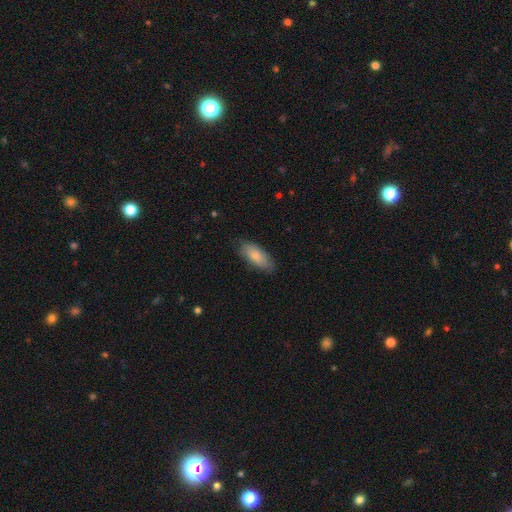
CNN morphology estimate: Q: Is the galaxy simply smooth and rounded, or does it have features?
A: smooth — 81%.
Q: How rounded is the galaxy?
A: in between — 81%.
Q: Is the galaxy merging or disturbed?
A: none — 81%.